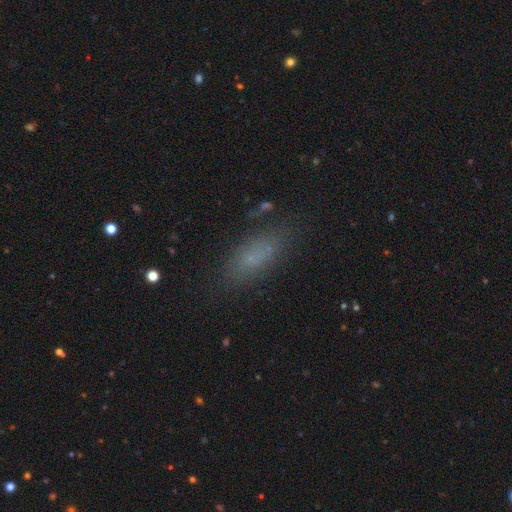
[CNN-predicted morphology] Smooth or featured? smooth (71%)
How rounded? in between (72%)
Merging? none (74%)